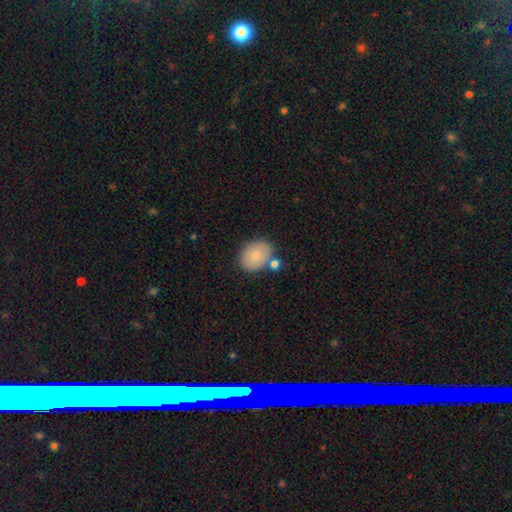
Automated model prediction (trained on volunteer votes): Morphology: type=smooth (82%); roundness=in between (56%); merging=none (71%).